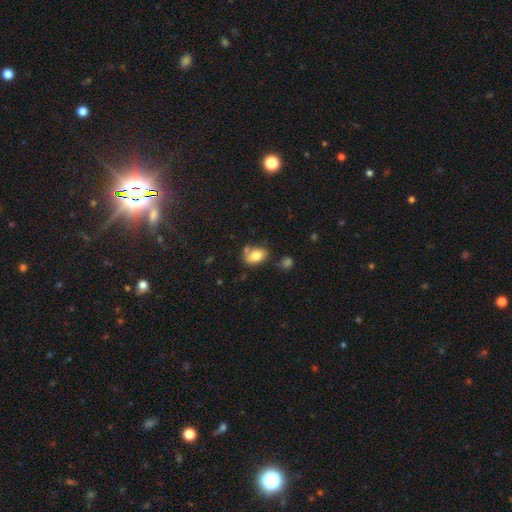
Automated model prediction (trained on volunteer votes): This appears to be a smooth galaxy with no disk features (76%) that is in between round and cigar-shaped (84%). Merging: none (50%).